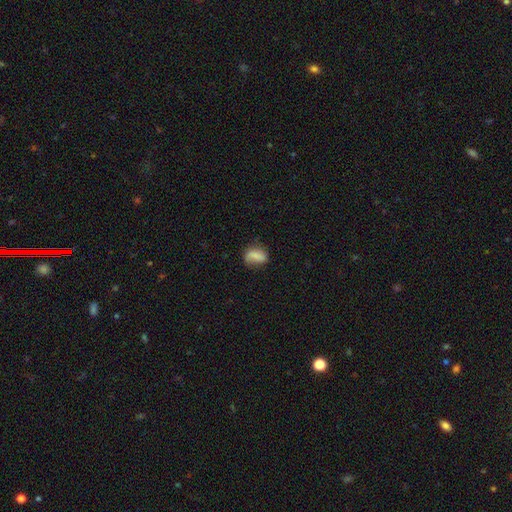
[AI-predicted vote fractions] Smooth or featured?
  - smooth: 71% *
  - featured or disk: 20%
  - star or artifact: 10%
How rounded?
  - in between: 75% *
  - round: 17%
  - cigar-shaped: 8%
Merging?
  - none: 54% *
  - minor disturbance: 29%
  - major disturbance: 13%
  - merger: 3%